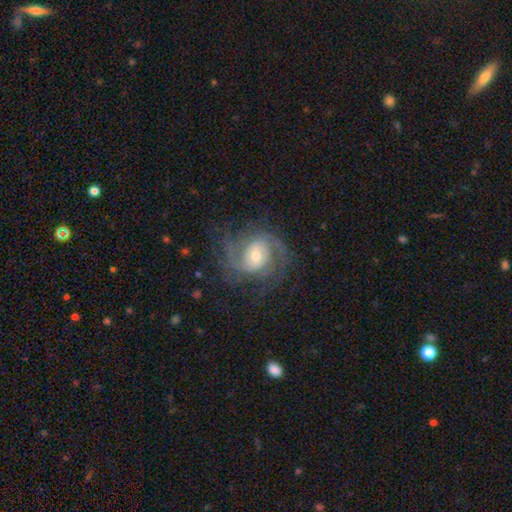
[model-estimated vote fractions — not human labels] smooth-or-featured: featured or disk: 85% | smooth: 9% | star or artifact: 6%
  disk-edge-on: no: 97% | yes: 3%
    bar: no: 53% | weak: 36% | strong: 11%
    has-spiral-arms: yes: 95% | no: 5%
      spiral-winding: tight: 43% | medium: 42% | loose: 15%
      spiral-arm-count: 2: 47% | can't tell: 20% | 3: 18% | 4: 6% | 1: 5% | more than 4: 5%
    bulge-size: moderate: 54% | small: 37% | large: 7% | none: 1% | dominant: 1%
  merging: none: 70% | minor disturbance: 16% | major disturbance: 13% | merger: 1%